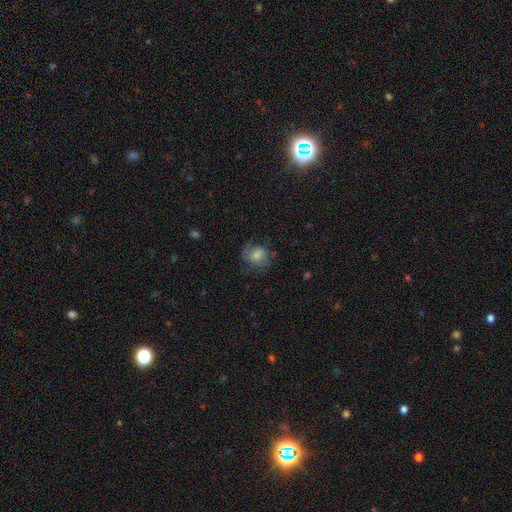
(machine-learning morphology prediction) The model was most divided on "smooth or featured": smooth: 46%, featured or disk: 40%, star or artifact: 15%. More confident: merging — none (66%).